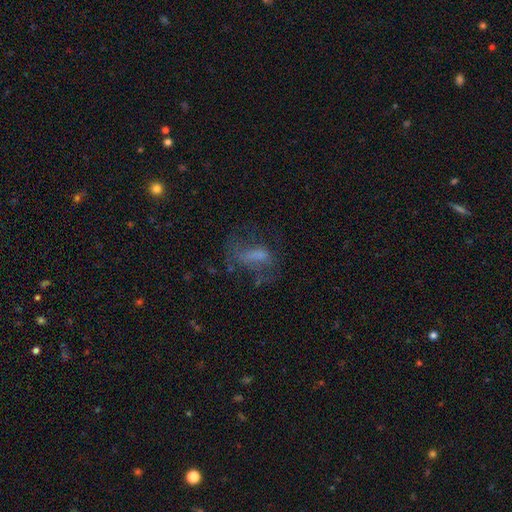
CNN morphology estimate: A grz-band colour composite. It shows a featured or disk galaxy (43%). Merging: major disturbance (39%).